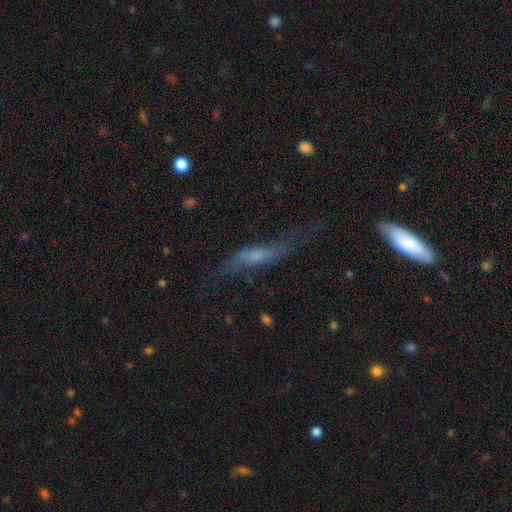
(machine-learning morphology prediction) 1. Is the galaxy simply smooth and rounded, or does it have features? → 53% featured or disk, 35% smooth, 12% star or artifact.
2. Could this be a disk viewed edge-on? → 53% yes, 47% no.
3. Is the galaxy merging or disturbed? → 46% none, 27% major disturbance, 23% minor disturbance, 4% merger.